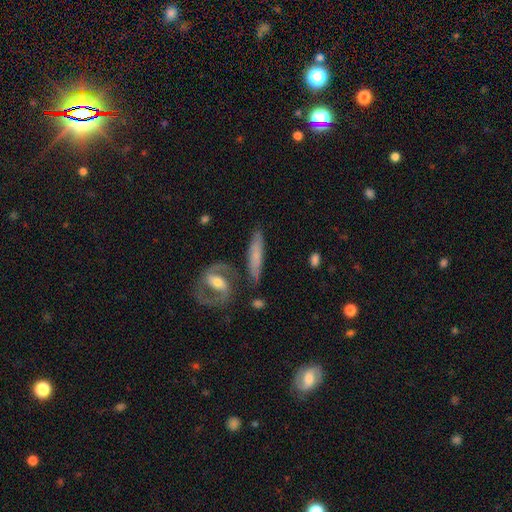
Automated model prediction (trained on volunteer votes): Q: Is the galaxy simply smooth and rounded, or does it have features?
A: featured or disk — 50%.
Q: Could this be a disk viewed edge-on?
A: no — 57%.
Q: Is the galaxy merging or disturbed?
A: none — 71%.